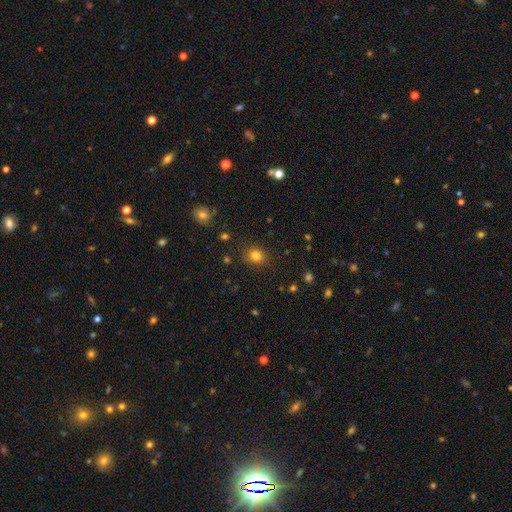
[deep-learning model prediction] Smooth or featured?
  - smooth: 81% *
  - star or artifact: 14%
  - featured or disk: 5%
How rounded?
  - round: 75% *
  - in between: 24%
  - cigar-shaped: 1%
Merging?
  - none: 87% *
  - minor disturbance: 9%
  - major disturbance: 3%
  - merger: 2%